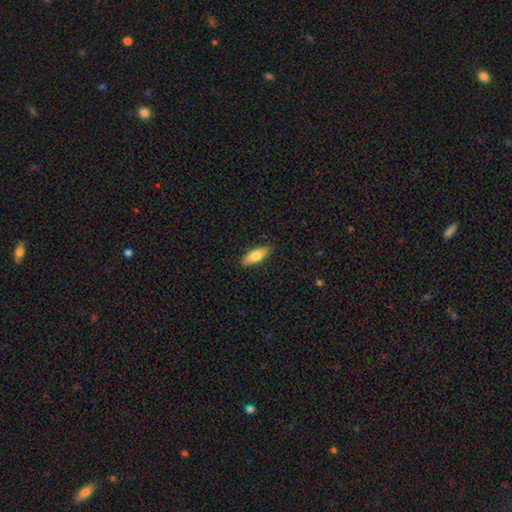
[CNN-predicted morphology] smooth-or-featured: smooth: 75% | featured or disk: 19% | star or artifact: 6%
  how-rounded: in between: 69% | cigar-shaped: 29% | round: 2%
  merging: none: 88% | minor disturbance: 10% | major disturbance: 2% | merger: 1%